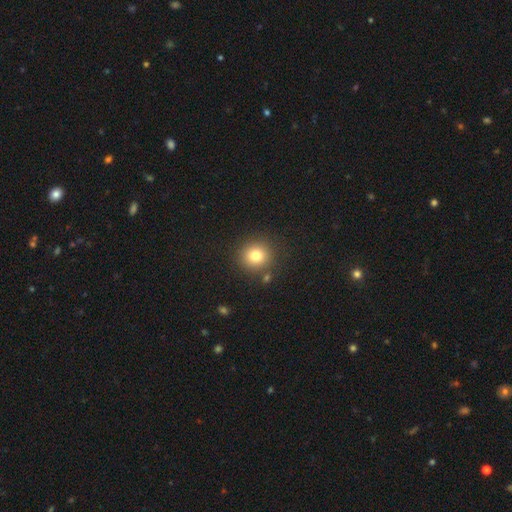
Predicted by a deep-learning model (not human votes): This appears to be a smooth galaxy with no disk features (80%) that is round (90%). Merging: none (85%).